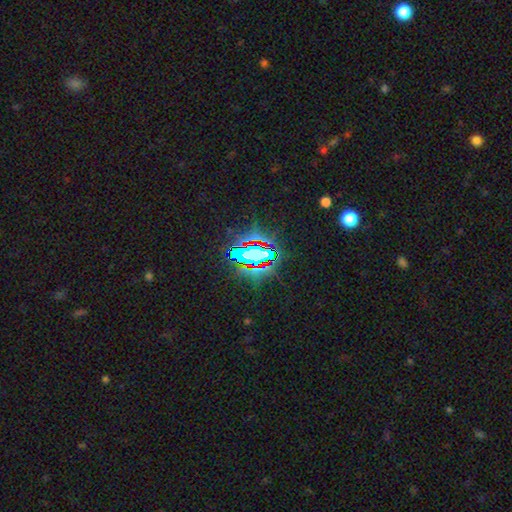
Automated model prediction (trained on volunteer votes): star or artifact 71%, smooth 17%, featured or disk 12%.